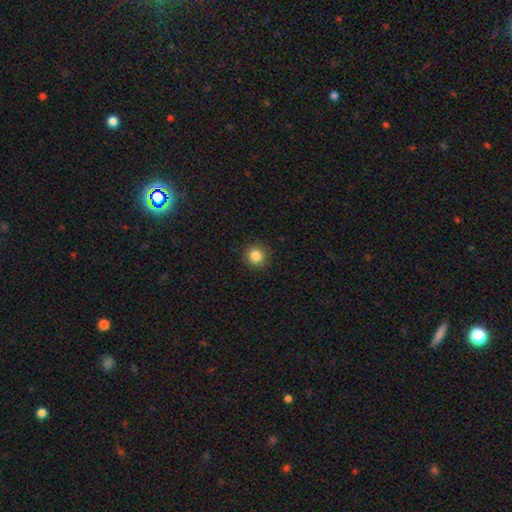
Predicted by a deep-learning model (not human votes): Smooth or featured?
  - smooth: 85% *
  - star or artifact: 11%
  - featured or disk: 4%
How rounded?
  - round: 92% *
  - in between: 7%
  - cigar-shaped: 1%
Merging?
  - none: 91% *
  - minor disturbance: 6%
  - major disturbance: 2%
  - merger: 1%